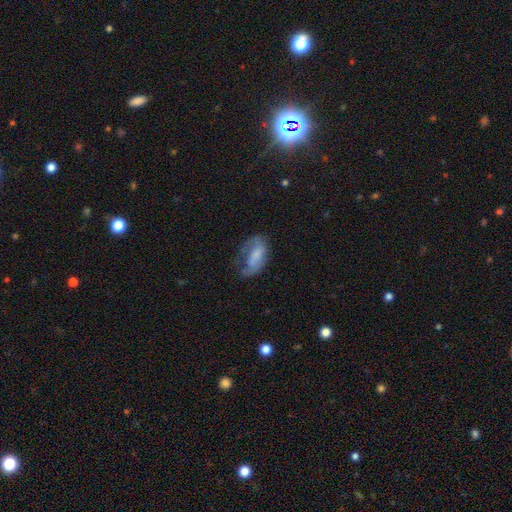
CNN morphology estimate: The model was most divided on "merging": none: 35%, major disturbance: 34%, minor disturbance: 29%, merger: 3%. Remaining: smooth or featured — smooth (50%).